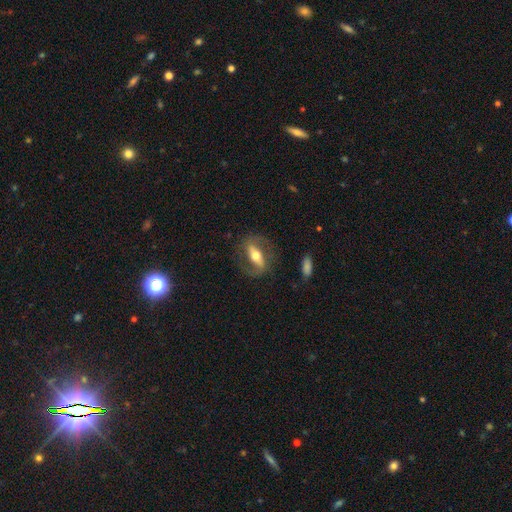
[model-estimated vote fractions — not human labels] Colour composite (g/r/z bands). It shows a featured or disk galaxy (71%) with a strong bar (64%), spiral arms (71%) and a moderate central bulge (66%). Merging: none (76%).